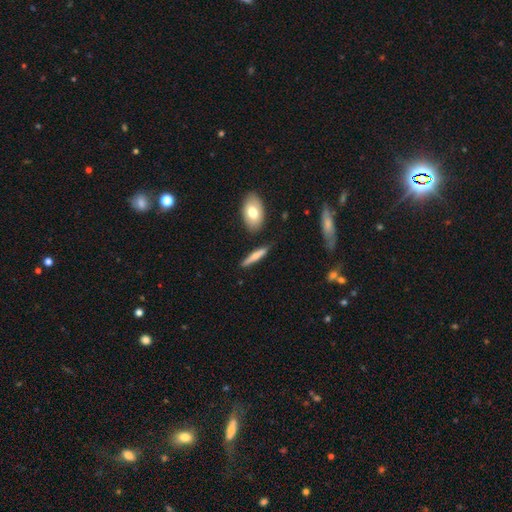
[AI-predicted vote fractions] The model was most divided on "smooth or featured": smooth: 57%, featured or disk: 37%, star or artifact: 6%. More confident: how rounded — cigar-shaped (80%); merging — none (80%).